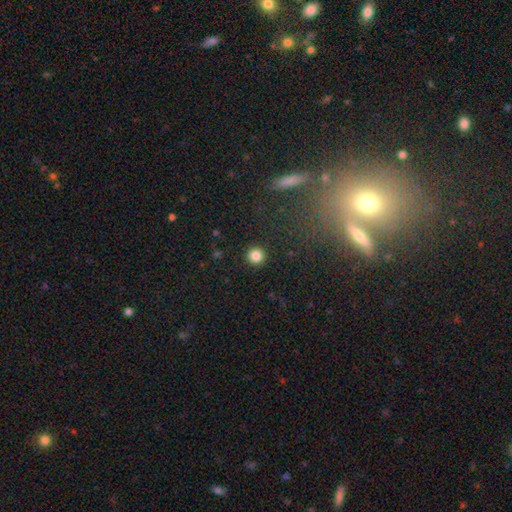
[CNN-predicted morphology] Smooth or featured: smooth — 85% (star or artifact — 11%)
How rounded: round — 95% (in between — 4%)
Merging: none — 93% (minor disturbance — 4%)